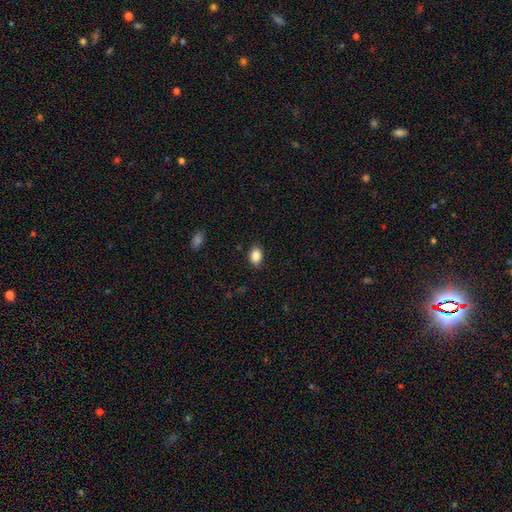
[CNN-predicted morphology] This appears to be a smooth galaxy with no disk features (87%) that is in between round and cigar-shaped (82%). Merging: none (88%).